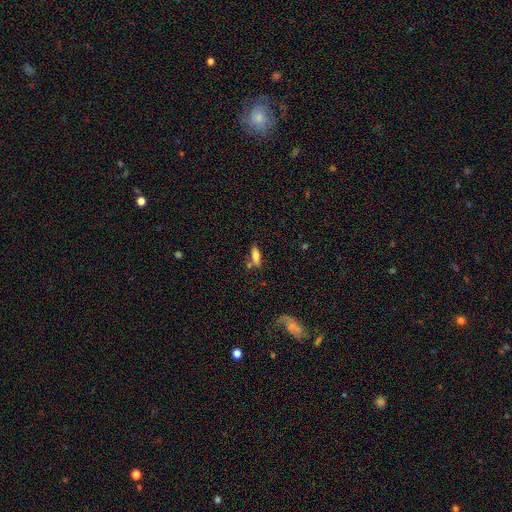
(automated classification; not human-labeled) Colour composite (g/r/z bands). It shows a smooth galaxy with no disk features (70%) that is in between round and cigar-shaped (54%). Merging: none (62%).